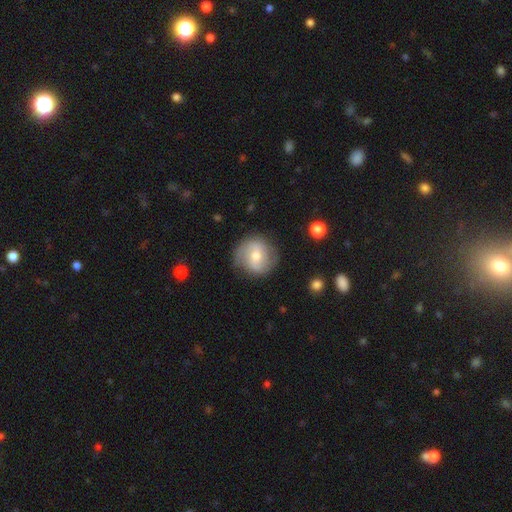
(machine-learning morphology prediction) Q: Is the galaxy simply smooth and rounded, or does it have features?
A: featured or disk — 56%.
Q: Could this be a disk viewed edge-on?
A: no — 97%.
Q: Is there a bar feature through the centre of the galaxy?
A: weak — 47%.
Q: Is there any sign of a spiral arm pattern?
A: yes — 81%.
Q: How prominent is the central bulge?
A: moderate — 63%.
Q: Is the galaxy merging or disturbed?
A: none — 78%.